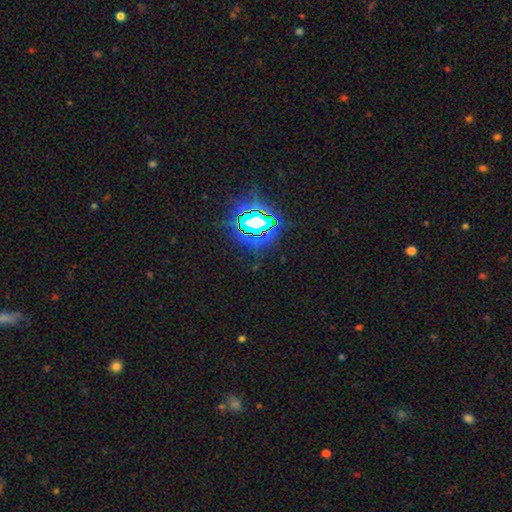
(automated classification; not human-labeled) Q: Smooth or featured?
A: star or artifact (83%); runner-up: smooth (10%)